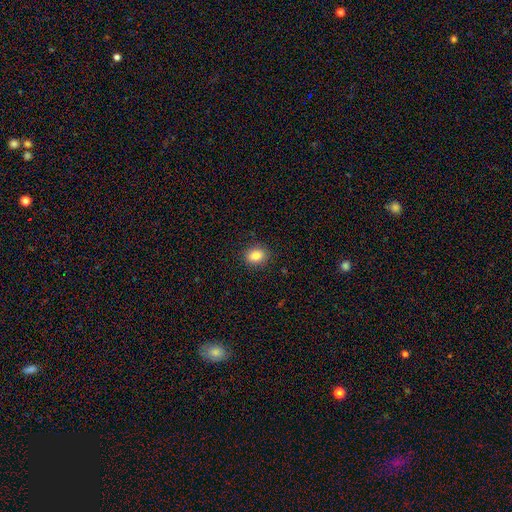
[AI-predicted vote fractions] A smooth galaxy with no disk features (84%) that is round (51%). Merging: none (89%).